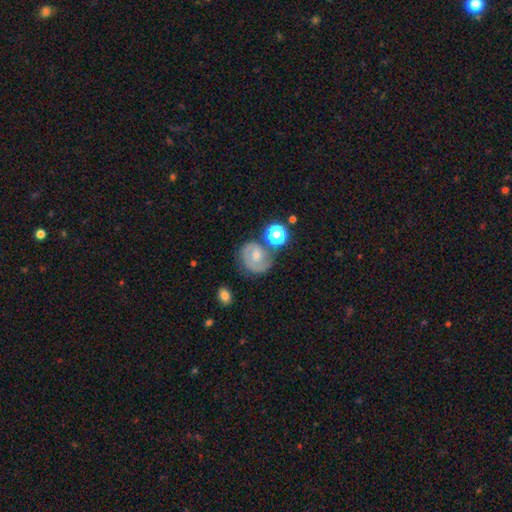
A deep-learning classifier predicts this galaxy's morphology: The model was most divided on "bulge size": moderate: 45%, small: 40%, none: 8%, large: 6%, dominant: 2%. More confident: edge-on disk — no (97%); spiral arms — yes (84%); bar — no (62%); smooth or featured — featured or disk (61%); merging — none (58%).